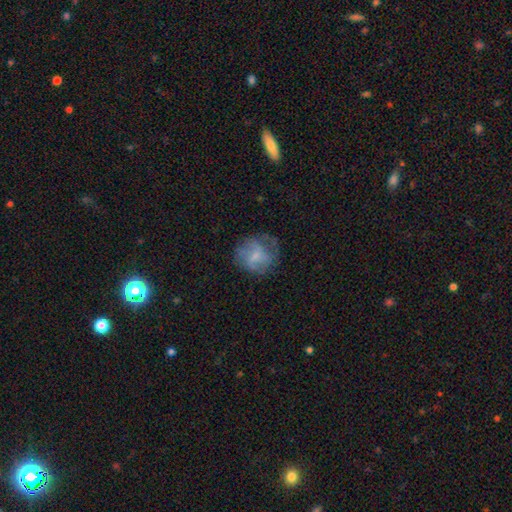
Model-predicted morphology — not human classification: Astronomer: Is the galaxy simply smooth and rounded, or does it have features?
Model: smooth — 46% (runner-up: featured or disk, 45%).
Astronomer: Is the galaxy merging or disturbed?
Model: none — 62%.